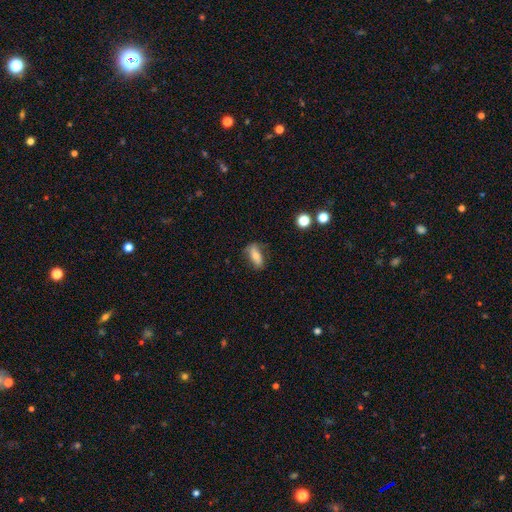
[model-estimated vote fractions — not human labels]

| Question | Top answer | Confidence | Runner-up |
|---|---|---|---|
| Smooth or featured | smooth | 61% | featured or disk (31%) |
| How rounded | in between | 73% | cigar-shaped (22%) |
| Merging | none | 70% | minor disturbance (22%) |